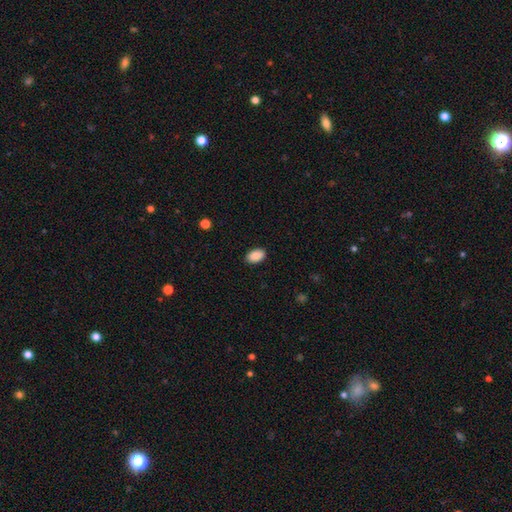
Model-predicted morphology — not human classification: Q: Smooth or featured?
A: smooth (90%); runner-up: star or artifact (7%)
Q: How rounded?
A: in between (91%); runner-up: round (8%)
Q: Merging?
A: none (88%); runner-up: minor disturbance (9%)